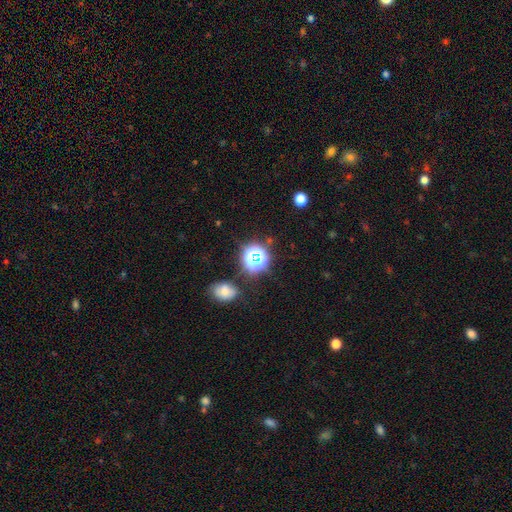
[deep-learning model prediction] Smooth or featured? star or artifact (63%)